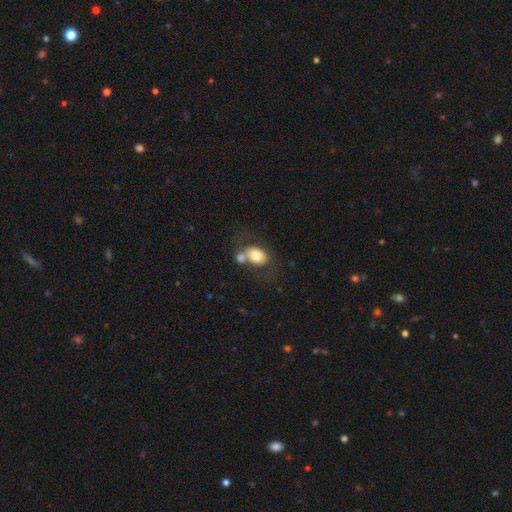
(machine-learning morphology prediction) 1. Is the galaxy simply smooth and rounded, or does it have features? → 71% smooth, 21% featured or disk, 8% star or artifact.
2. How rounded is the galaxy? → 65% in between, 34% round, 1% cigar-shaped.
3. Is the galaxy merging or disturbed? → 42% merger, 37% none, 13% minor disturbance, 8% major disturbance.